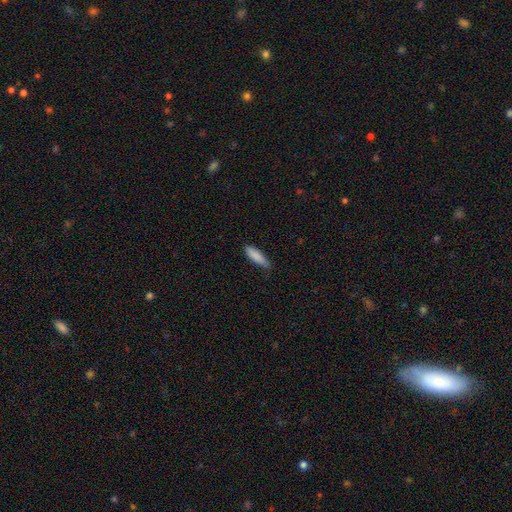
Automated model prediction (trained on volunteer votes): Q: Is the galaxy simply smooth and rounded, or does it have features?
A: smooth — 87%.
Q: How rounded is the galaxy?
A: cigar-shaped — 61%.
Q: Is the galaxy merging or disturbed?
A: none — 75%.